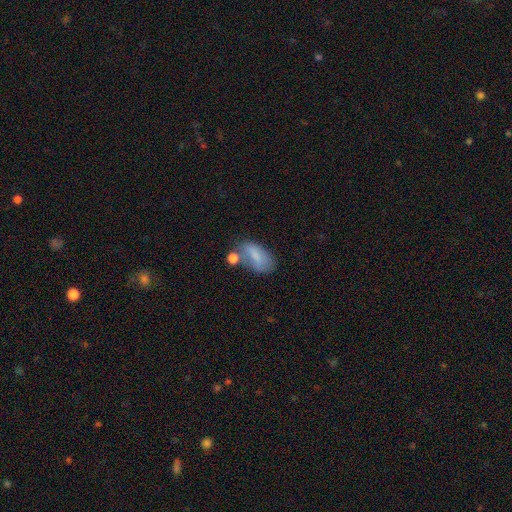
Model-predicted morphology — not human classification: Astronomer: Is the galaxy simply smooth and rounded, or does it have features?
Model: smooth — 74%.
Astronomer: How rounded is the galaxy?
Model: in between — 90%.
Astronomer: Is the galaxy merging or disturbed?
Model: none — 39% (runner-up: minor disturbance, 24%).